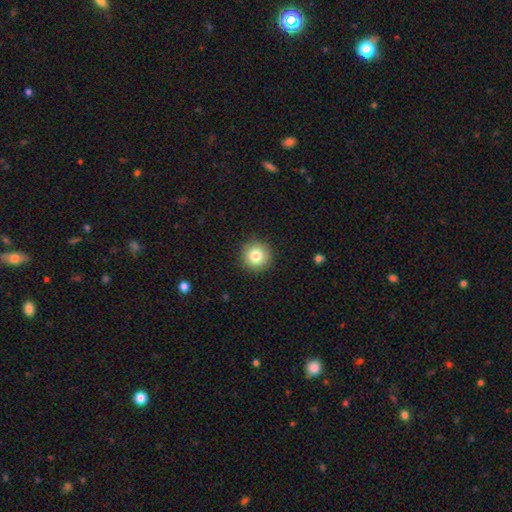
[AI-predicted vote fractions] Overall: smooth (82%). How rounded: round (95%). Merging: none (91%).